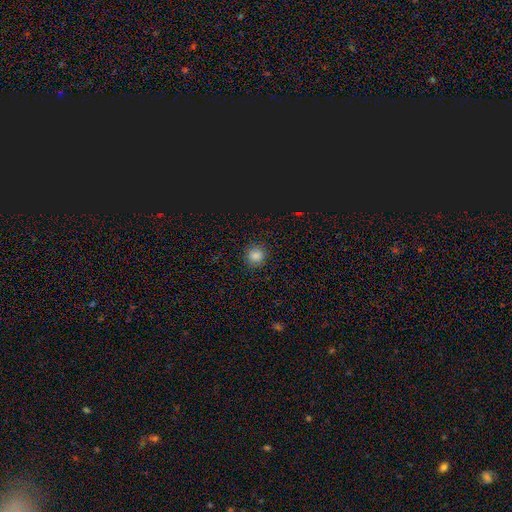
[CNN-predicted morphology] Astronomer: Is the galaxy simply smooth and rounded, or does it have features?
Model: smooth — 83%.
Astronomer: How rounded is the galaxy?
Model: round — 89%.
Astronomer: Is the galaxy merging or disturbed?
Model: none — 90%.